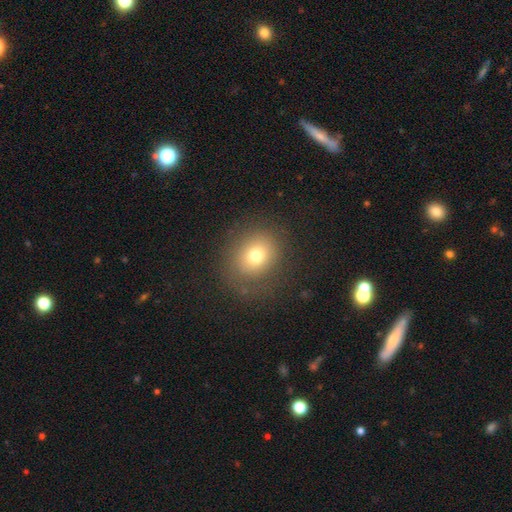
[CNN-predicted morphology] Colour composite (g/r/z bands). It shows a smooth galaxy with no disk features (73%) that is round (70%). Merging: none (78%).